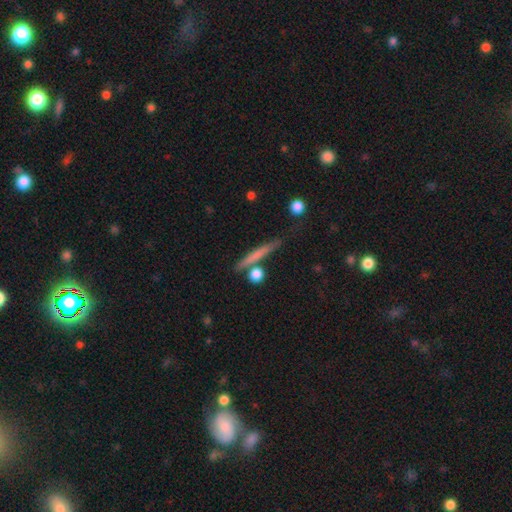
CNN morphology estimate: Smooth or featured: smooth — 61% (featured or disk — 32%)
How rounded: cigar-shaped — 88% (round — 7%)
Merging: none — 76% (minor disturbance — 12%)